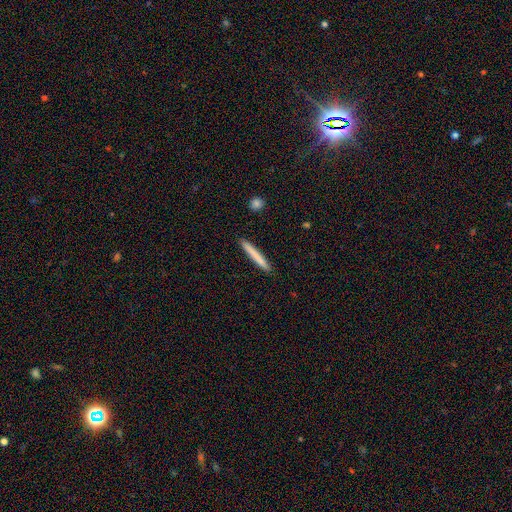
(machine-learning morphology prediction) Smooth or featured?
  - smooth: 75% *
  - featured or disk: 19%
  - star or artifact: 6%
How rounded?
  - cigar-shaped: 96% *
  - in between: 2%
  - round: 1%
Merging?
  - none: 91% *
  - minor disturbance: 6%
  - major disturbance: 1%
  - merger: 1%